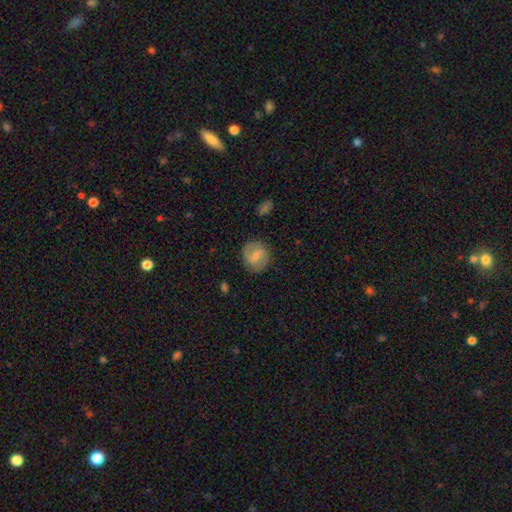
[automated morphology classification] type=smooth (51%); roundness=round (75%); merging=none (82%).